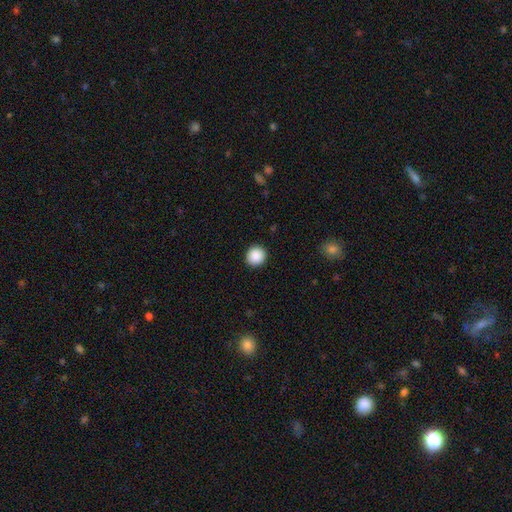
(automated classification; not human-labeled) Q: Smooth or featured?
A: smooth (89%); runner-up: star or artifact (8%)
Q: How rounded?
A: round (93%); runner-up: in between (6%)
Q: Merging?
A: none (92%); runner-up: minor disturbance (5%)